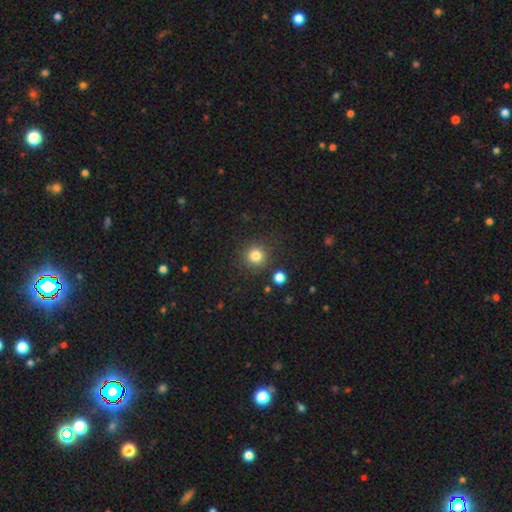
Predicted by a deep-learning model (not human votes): This is clearly a smooth galaxy (82%). How rounded: clearly round (94%). Merging: clearly none (87%).